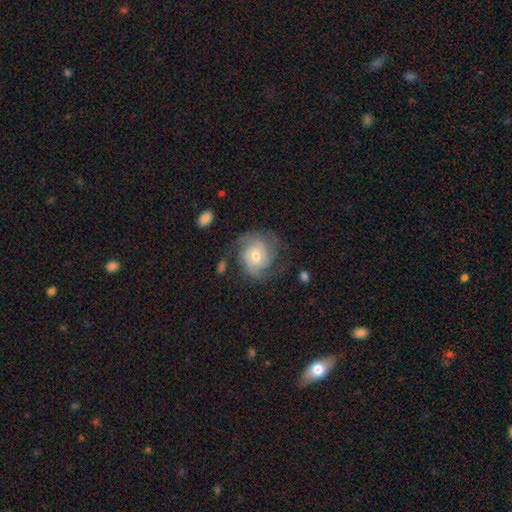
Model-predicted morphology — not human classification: Smooth or featured?
  - featured or disk: 81% *
  - smooth: 13%
  - star or artifact: 6%
Edge-on disk?
  - no: 98% *
  - yes: 2%
Bar?
  - no: 65% *
  - weak: 29%
  - strong: 6%
Spiral arms?
  - yes: 95% *
  - no: 5%
Spiral winding?
  - tight: 54% *
  - medium: 36%
  - loose: 10%
Spiral arm count?
  - 2: 39% *
  - 3: 26%
  - can't tell: 19%
  - 4: 6%
  - 1: 5%
  - more than 4: 4%
Bulge size?
  - moderate: 53% *
  - small: 41%
  - large: 3%
  - none: 1%
  - dominant: 1%
Merging?
  - none: 70% *
  - minor disturbance: 18%
  - major disturbance: 10%
  - merger: 2%